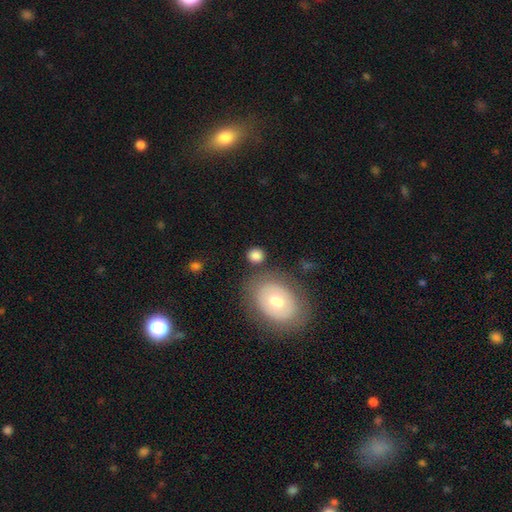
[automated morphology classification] smooth-or-featured: smooth: 80% | featured or disk: 11% | star or artifact: 9%
  how-rounded: round: 75% | in between: 24% | cigar-shaped: 1%
  merging: none: 77% | minor disturbance: 12% | merger: 7% | major disturbance: 5%